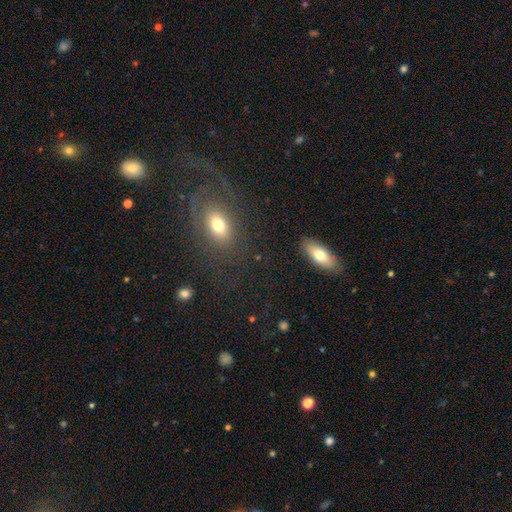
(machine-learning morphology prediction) This is possibly a smooth galaxy (50%). Merging: likely none (66%).